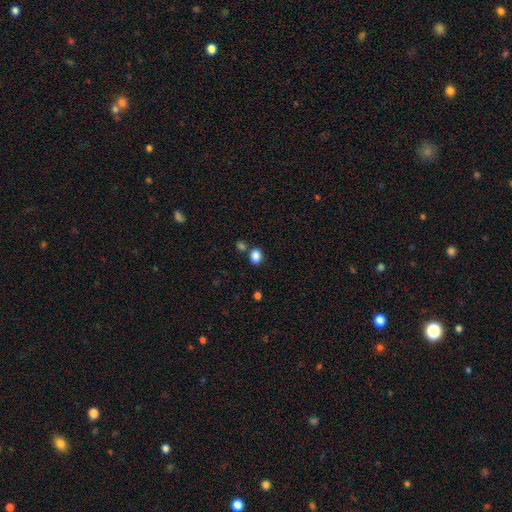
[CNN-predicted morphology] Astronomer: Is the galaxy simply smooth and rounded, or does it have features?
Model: smooth — 86%.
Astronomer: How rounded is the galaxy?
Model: in between — 65%.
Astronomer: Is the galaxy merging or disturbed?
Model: none — 70%.